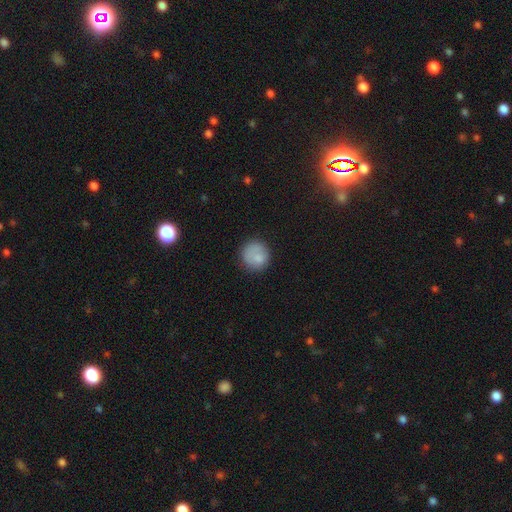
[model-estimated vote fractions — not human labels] Morphology: type=smooth (80%); roundness=round (91%); merging=none (74%).